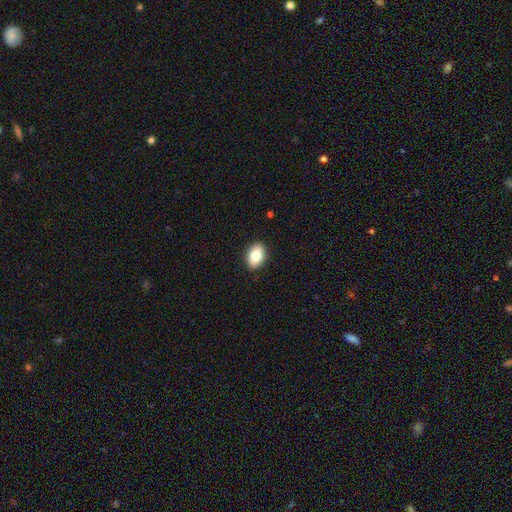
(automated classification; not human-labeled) This is clearly a smooth galaxy (83%). How rounded: clearly in between (87%). Merging: clearly none (90%).